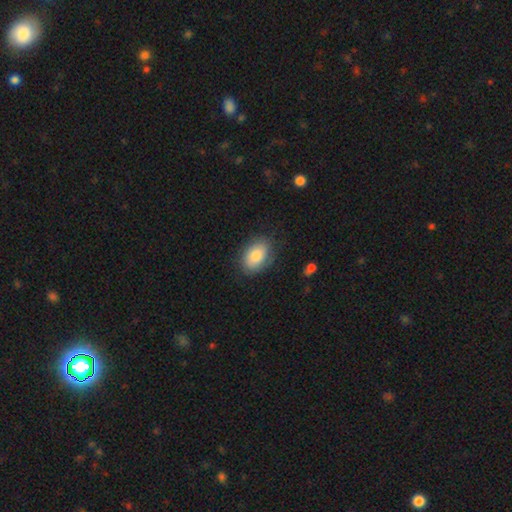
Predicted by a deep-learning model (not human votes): Overall: smooth (81%). How rounded: in between (86%). Merging: none (77%).